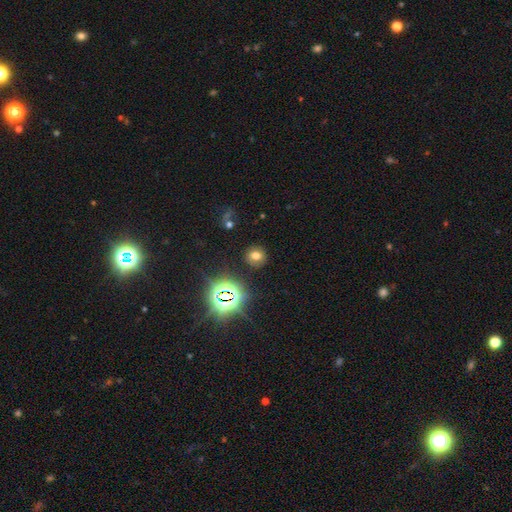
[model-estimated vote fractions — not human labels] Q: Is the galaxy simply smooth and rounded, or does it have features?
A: smooth — 62%.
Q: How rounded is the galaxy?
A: round — 81%.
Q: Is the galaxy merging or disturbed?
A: none — 85%.